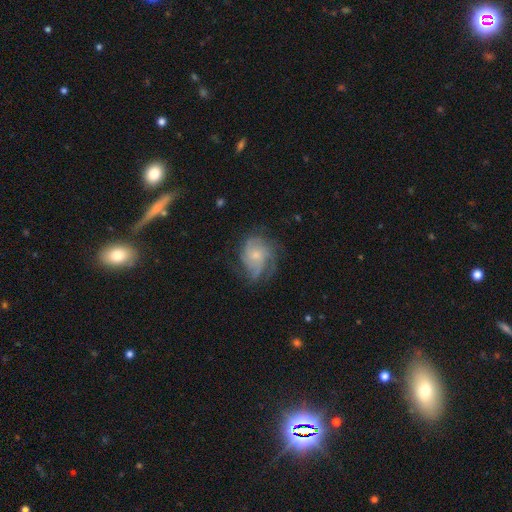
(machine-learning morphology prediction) Smooth or featured? Predicted: featured or disk (p=0.71). Edge-on disk? Predicted: no (p=0.98). Bar? Predicted: no (p=0.76). Spiral arms? Predicted: yes (p=0.90). Spiral winding? Predicted: medium (p=0.41). Spiral arm count? Predicted: 3 (p=0.32). Bulge size? Predicted: small (p=0.55). Merging? Predicted: none (p=0.56).